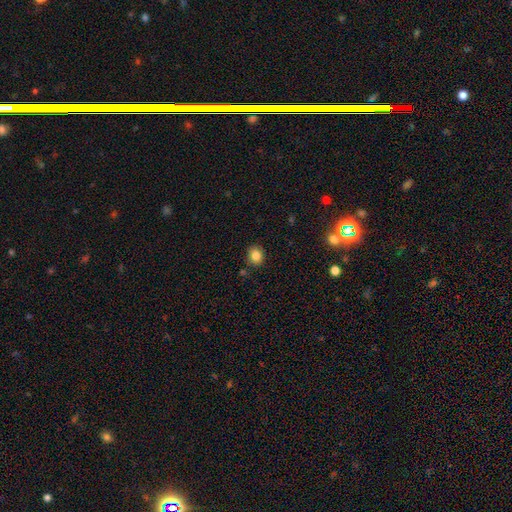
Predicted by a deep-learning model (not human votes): Morphology: type=smooth (83%); roundness=round (64%); merging=none (85%).